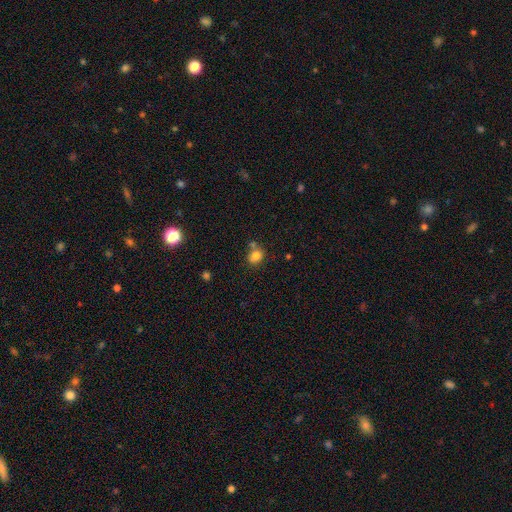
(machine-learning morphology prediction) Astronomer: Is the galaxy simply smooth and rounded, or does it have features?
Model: smooth — 81%.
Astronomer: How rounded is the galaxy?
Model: in between — 52% (runner-up: round, 46%).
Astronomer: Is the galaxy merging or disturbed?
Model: none — 58%.